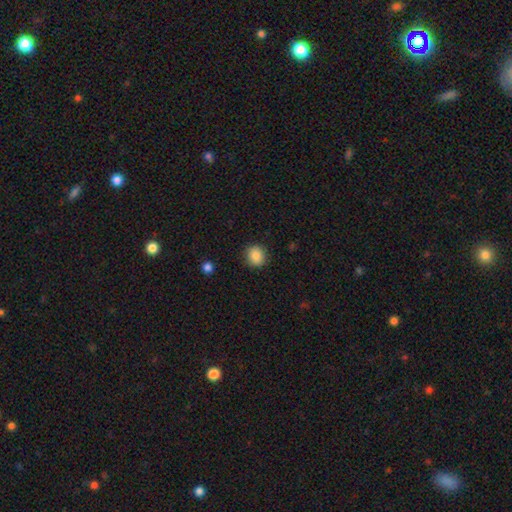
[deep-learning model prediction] A smooth galaxy with no disk features (86%) that is round (84%).

Vote fractions:
- Smooth or featured? smooth: 86% / star or artifact: 9% / featured or disk: 5%
- How rounded? round: 84% / in between: 15% / cigar-shaped: 1%
- Merging? none: 89% / minor disturbance: 7% / major disturbance: 2% / merger: 1%